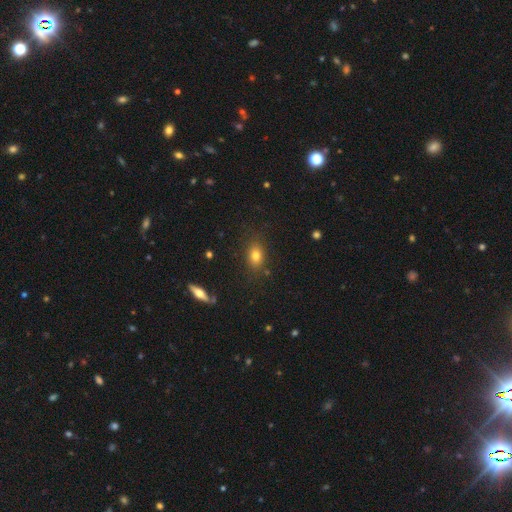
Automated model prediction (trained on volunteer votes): Smooth or featured: smooth — 77% (star or artifact — 12%)
How rounded: in between — 73% (round — 24%)
Merging: none — 82% (minor disturbance — 12%)